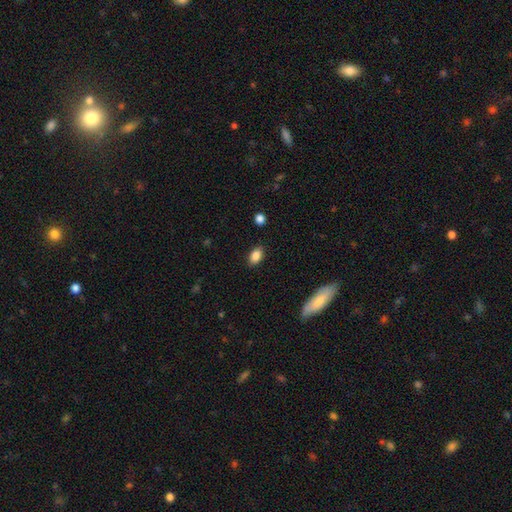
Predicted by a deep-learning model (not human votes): A smooth galaxy with no disk features (86%) that is in between round and cigar-shaped (87%).

Vote fractions:
- Smooth or featured? smooth: 86% / star or artifact: 8% / featured or disk: 6%
- How rounded? in between: 87% / round: 10% / cigar-shaped: 2%
- Merging? none: 87% / minor disturbance: 9% / major disturbance: 2% / merger: 1%